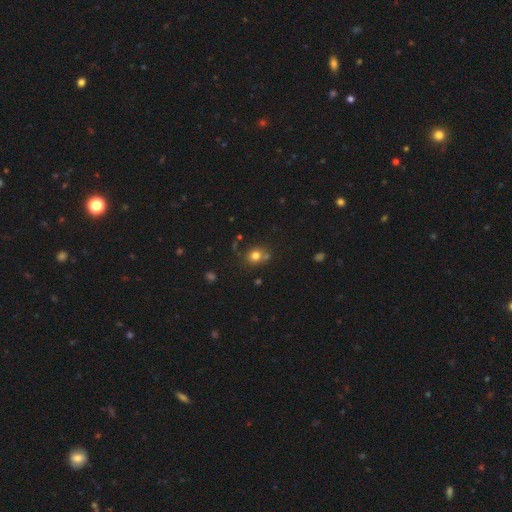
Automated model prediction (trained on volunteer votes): Smooth or featured?
  - smooth: 77% *
  - star or artifact: 14%
  - featured or disk: 8%
How rounded?
  - round: 76% *
  - in between: 23%
  - cigar-shaped: 1%
Merging?
  - none: 69% *
  - minor disturbance: 14%
  - merger: 13%
  - major disturbance: 5%